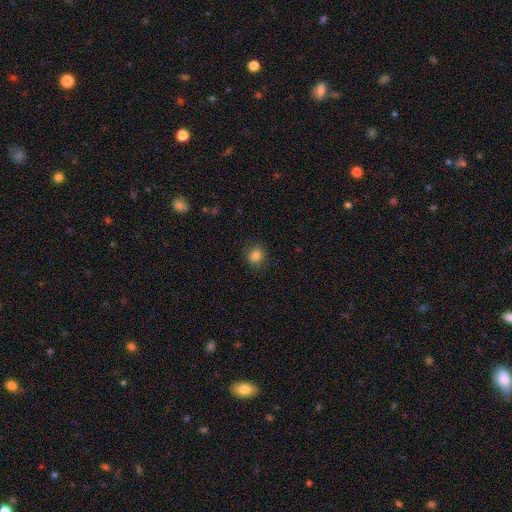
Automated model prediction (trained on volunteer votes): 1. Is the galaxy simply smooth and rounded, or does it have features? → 83% smooth, 11% star or artifact, 6% featured or disk.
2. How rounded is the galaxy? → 78% round, 21% in between, 1% cigar-shaped.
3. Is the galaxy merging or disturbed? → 85% none, 11% minor disturbance, 3% major disturbance, 1% merger.